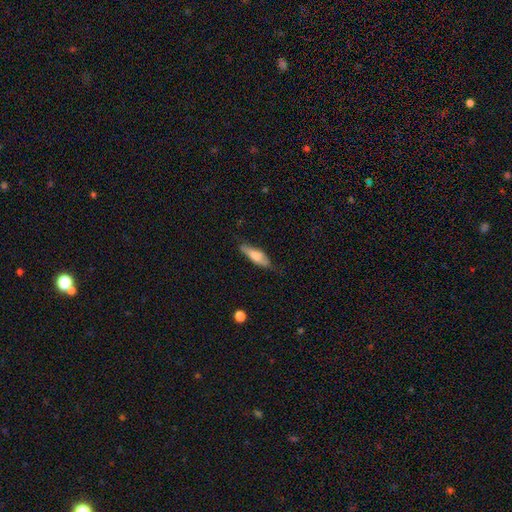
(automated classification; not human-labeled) smooth_or_featured: smooth (p=0.64) [alt: featured or disk p=0.30]
how_rounded: cigar-shaped (p=0.56) [alt: in between p=0.42]
merging: none (p=0.62) [alt: minor disturbance p=0.28]